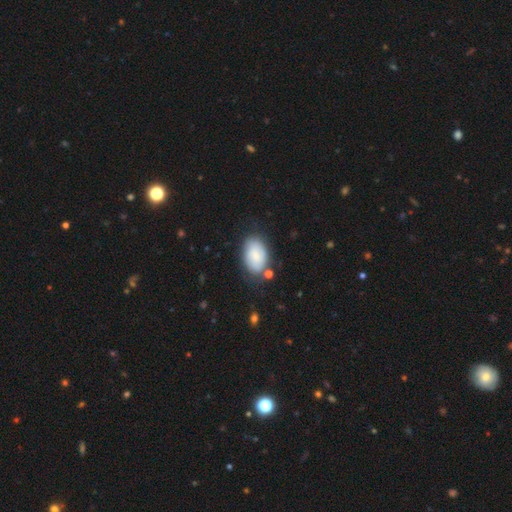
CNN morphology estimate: smooth 79%, featured or disk 14%, star or artifact 7%. Down the decision tree: how rounded — in between (91%); merging — none (69%).